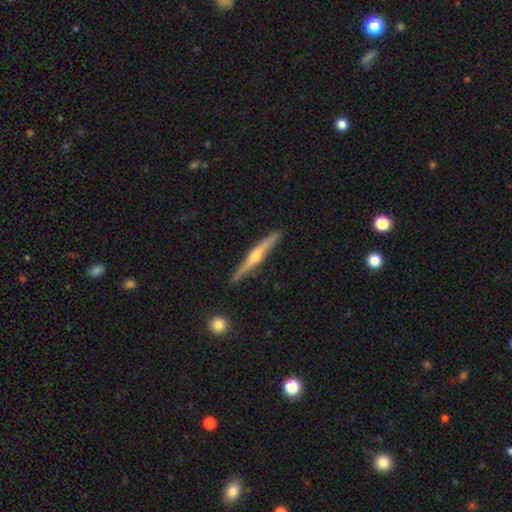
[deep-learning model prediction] Smooth or featured? Predicted: featured or disk (p=0.75). Edge-on disk? Predicted: yes (p=0.98). Edge-on bulge? Predicted: rounded (p=0.90). Merging? Predicted: none (p=0.90).